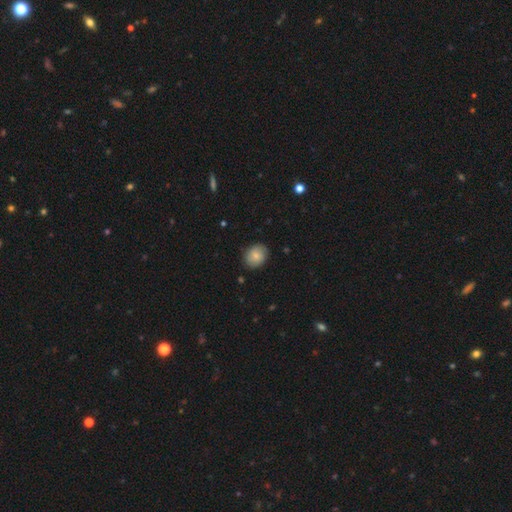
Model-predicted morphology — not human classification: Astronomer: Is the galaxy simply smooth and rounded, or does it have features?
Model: smooth — 79%.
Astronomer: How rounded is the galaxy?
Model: round — 58% (runner-up: in between, 41%).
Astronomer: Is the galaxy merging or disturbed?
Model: none — 85%.